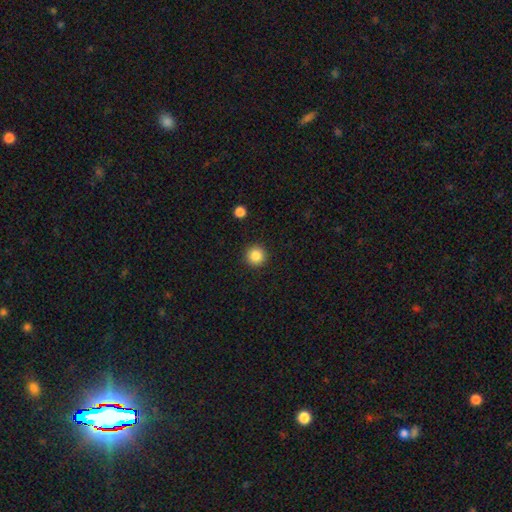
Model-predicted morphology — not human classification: Smooth or featured: smooth — 85% (star or artifact — 10%)
How rounded: round — 96% (in between — 3%)
Merging: none — 93% (minor disturbance — 5%)